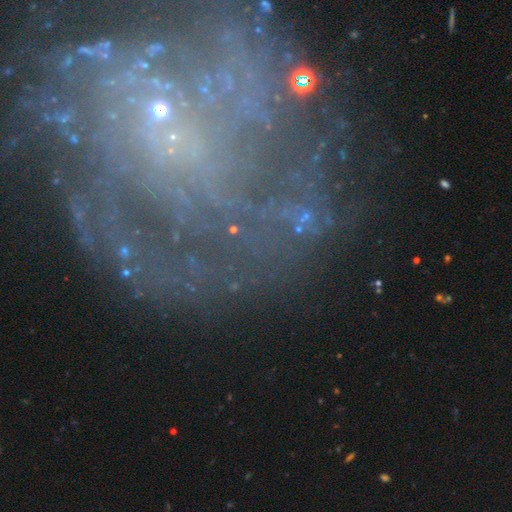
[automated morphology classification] A featured or disk galaxy (75%) with no bar (71%), tight (63%) spiral arms (84%) and a small central bulge (68%). Merging: none (69%).